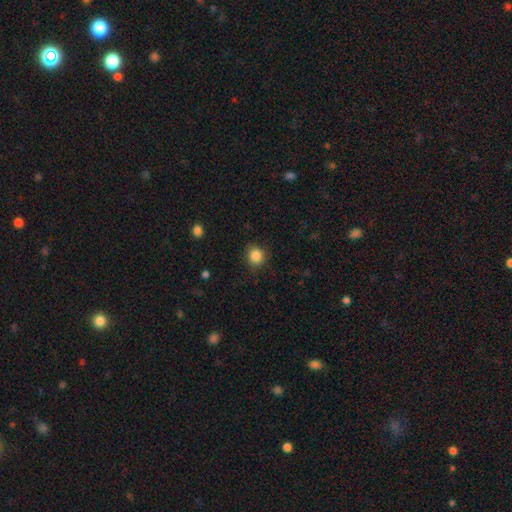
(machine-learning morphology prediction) A smooth galaxy with no disk features (86%) that is round (86%).

Vote fractions:
- Smooth or featured? smooth: 86% / star or artifact: 10% / featured or disk: 4%
- How rounded? round: 86% / in between: 14% / cigar-shaped: 1%
- Merging? none: 85% / minor disturbance: 11% / major disturbance: 3% / merger: 1%